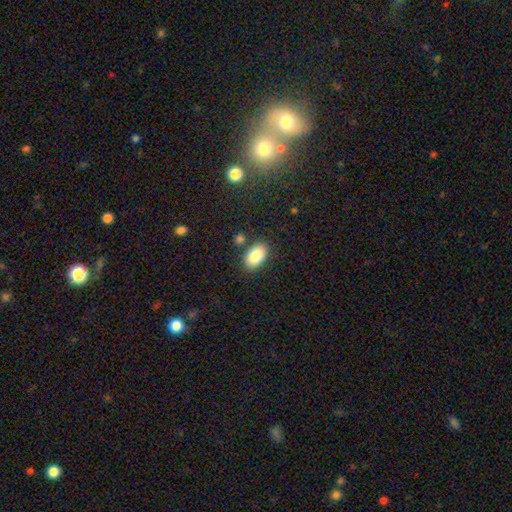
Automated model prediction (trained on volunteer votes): The model was most divided on "merging": none: 82%, minor disturbance: 10%, merger: 5%, major disturbance: 3%. More confident: how rounded — in between (93%); smooth or featured — smooth (86%).